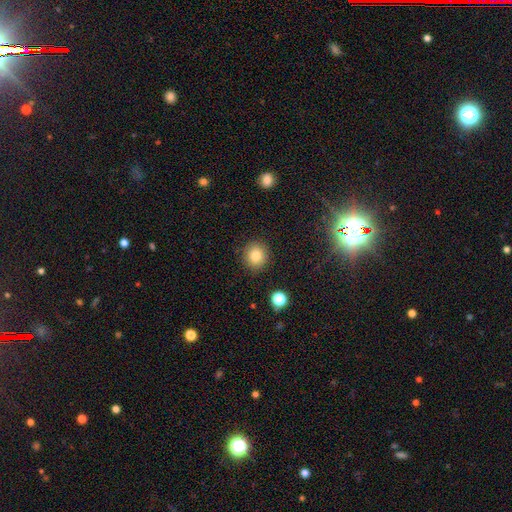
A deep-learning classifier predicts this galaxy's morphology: Smooth or featured?
  - smooth: 81% *
  - star or artifact: 11%
  - featured or disk: 8%
How rounded?
  - round: 87% *
  - in between: 12%
  - cigar-shaped: 1%
Merging?
  - none: 89% *
  - minor disturbance: 7%
  - major disturbance: 2%
  - merger: 2%